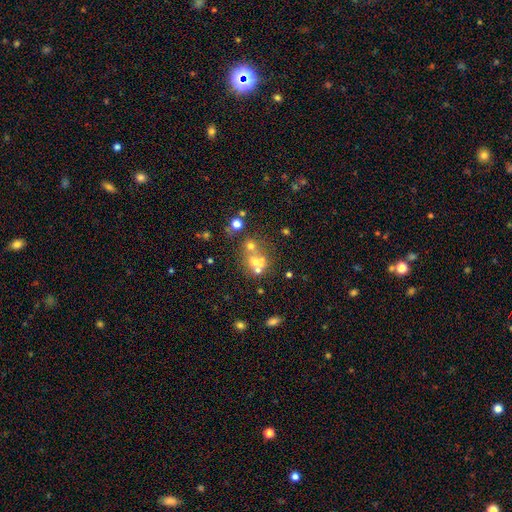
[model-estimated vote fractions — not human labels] This appears to be a smooth galaxy with no disk features (49%). Merging: merger (44%, tied with none).